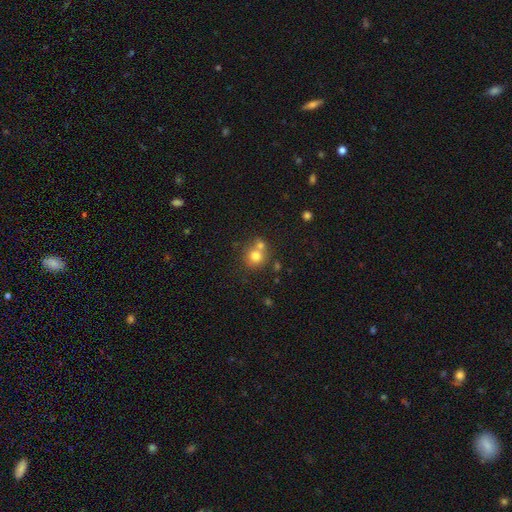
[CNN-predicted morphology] Overall: smooth (75%). How rounded: round (85%). Merging: none (51%; merger 38%).